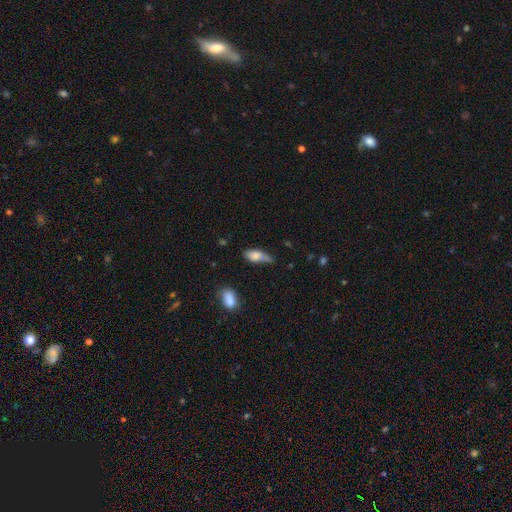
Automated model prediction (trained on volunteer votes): Smooth or featured?
  - smooth: 74% *
  - featured or disk: 19%
  - star or artifact: 7%
How rounded?
  - in between: 80% *
  - cigar-shaped: 16%
  - round: 4%
Merging?
  - minor disturbance: 42% *
  - none: 36%
  - major disturbance: 16%
  - merger: 6%